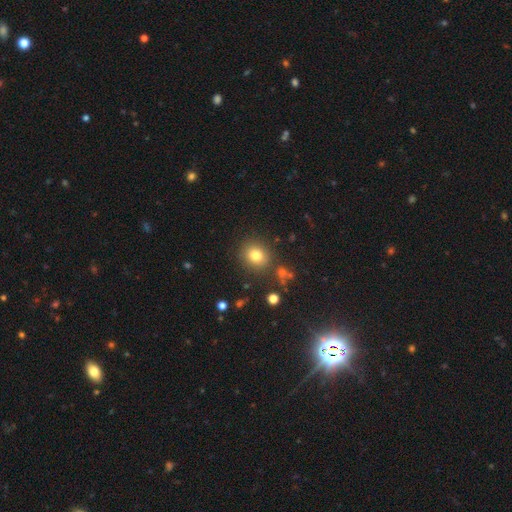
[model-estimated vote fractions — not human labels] smooth 79%, star or artifact 13%, featured or disk 8%. Down the decision tree: how rounded — round (75%); merging — none (84%).